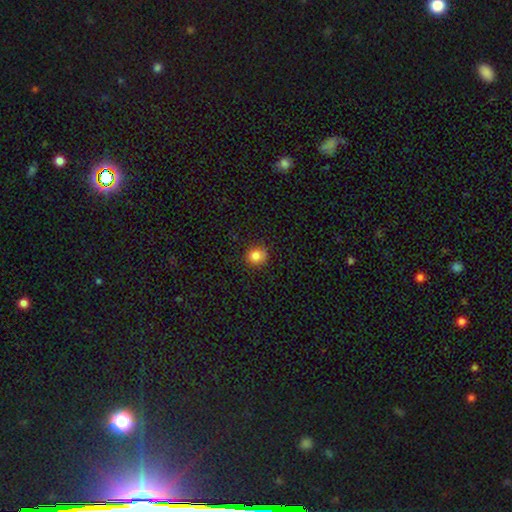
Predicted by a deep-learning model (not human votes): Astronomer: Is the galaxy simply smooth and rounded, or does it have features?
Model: smooth — 83%.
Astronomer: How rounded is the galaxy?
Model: round — 86%.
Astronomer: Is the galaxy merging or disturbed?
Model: none — 84%.